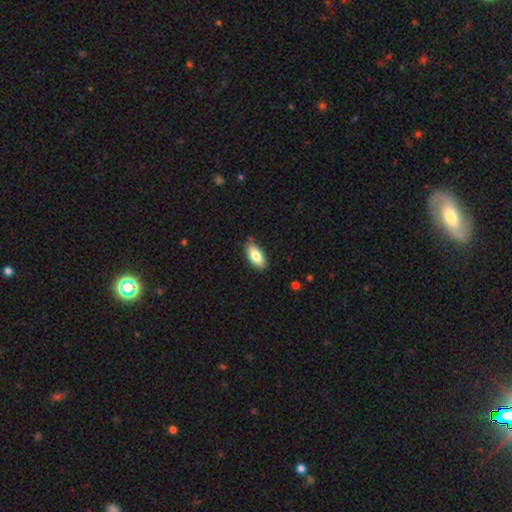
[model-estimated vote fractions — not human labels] smooth-or-featured: smooth: 79% | featured or disk: 15% | star or artifact: 6%
  how-rounded: in between: 85% | cigar-shaped: 12% | round: 3%
  merging: none: 82% | minor disturbance: 14% | major disturbance: 2% | merger: 1%